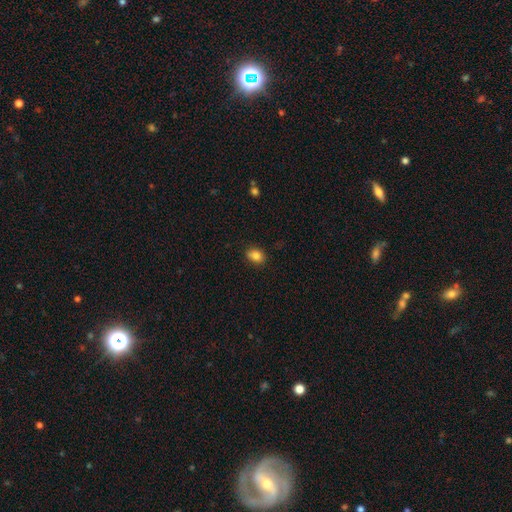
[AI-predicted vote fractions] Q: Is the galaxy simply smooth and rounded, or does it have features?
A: smooth — 83%.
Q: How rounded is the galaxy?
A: in between — 61%.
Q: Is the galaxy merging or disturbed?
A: none — 79%.